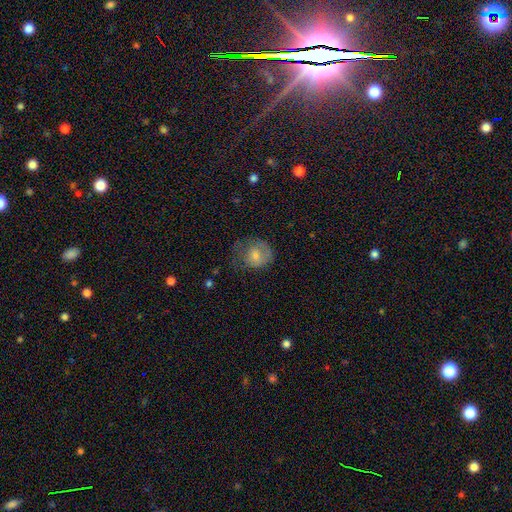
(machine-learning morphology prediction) Smooth or featured: smooth — 60% (featured or disk — 30%)
How rounded: round — 69% (in between — 30%)
Merging: none — 45% (minor disturbance — 28%)